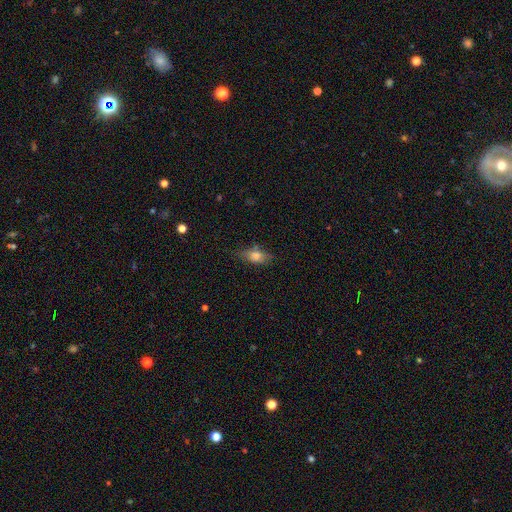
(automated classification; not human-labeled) The model was most divided on "merging": none: 68%, minor disturbance: 23%, major disturbance: 6%, merger: 3%. More confident: how rounded — in between (78%); smooth or featured — smooth (71%).